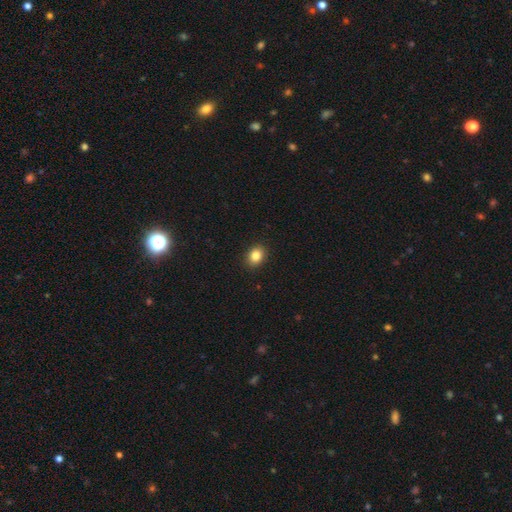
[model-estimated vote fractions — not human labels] Morphology: type=smooth (85%); roundness=in between (58%); merging=none (90%).